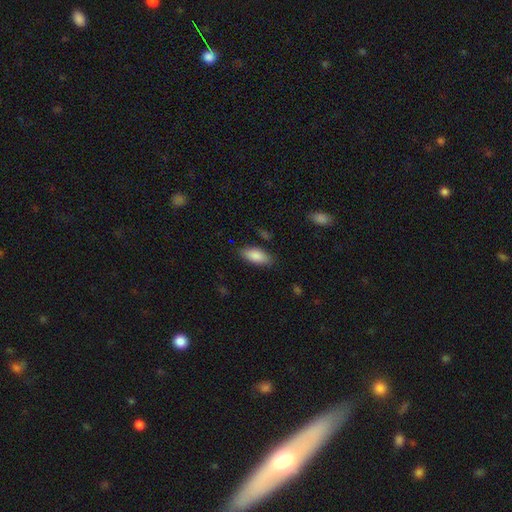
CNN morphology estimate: type=smooth (85%); roundness=in between (84%); merging=none (83%).